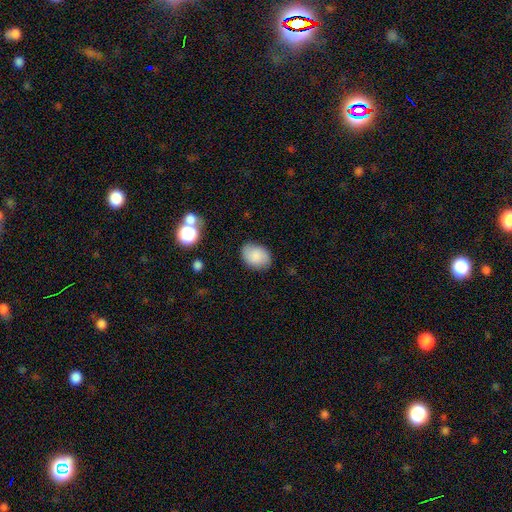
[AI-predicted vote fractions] This appears to be a smooth galaxy with no disk features (84%) that is in between round and cigar-shaped (72%). Merging: none (82%).